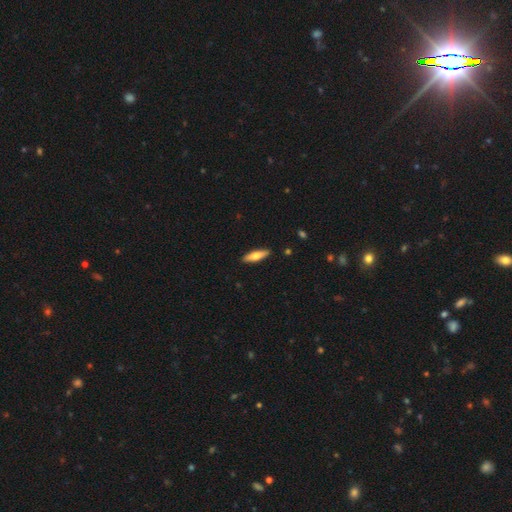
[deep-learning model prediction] Smooth or featured? Predicted: smooth (p=0.68). How rounded? Predicted: cigar-shaped (p=0.60). Merging? Predicted: none (p=0.90).